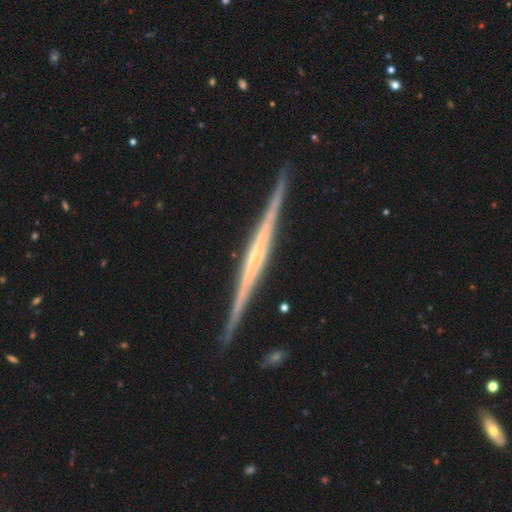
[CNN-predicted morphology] smooth-or-featured: featured or disk: 84% | smooth: 11% | star or artifact: 5%
  disk-edge-on: yes: 98% | no: 2%
    edge-on-bulge: none: 51% | rounded: 30% | boxy: 19%
  merging: none: 91% | minor disturbance: 7% | major disturbance: 1% | merger: 1%